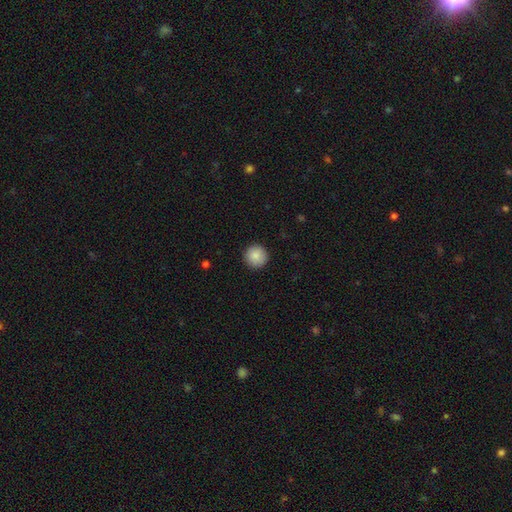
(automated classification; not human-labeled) smooth-or-featured: smooth: 88% | star or artifact: 8% | featured or disk: 4%
  how-rounded: round: 96% | in between: 3% | cigar-shaped: 1%
  merging: none: 92% | minor disturbance: 5% | major disturbance: 2% | merger: 1%